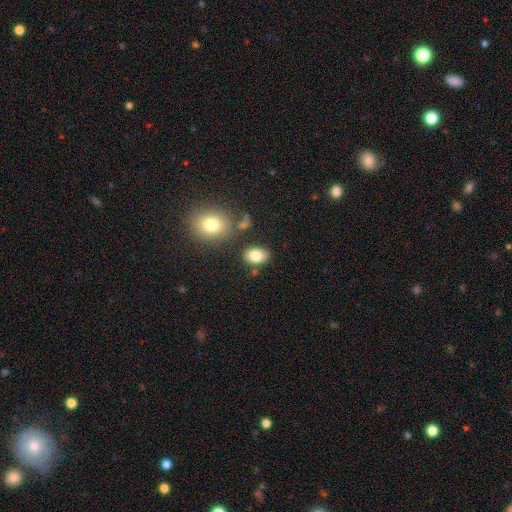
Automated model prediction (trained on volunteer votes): Smooth or featured? smooth (82%)
How rounded? in between (77%)
Merging? none (78%)